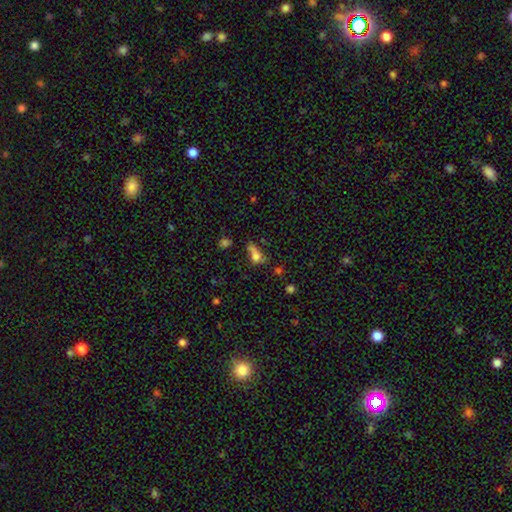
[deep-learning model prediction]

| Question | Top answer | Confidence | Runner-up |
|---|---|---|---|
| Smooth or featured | smooth | 67% | featured or disk (18%) |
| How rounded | in between | 65% | round (23%) |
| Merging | none | 30% | major disturbance (29%) |